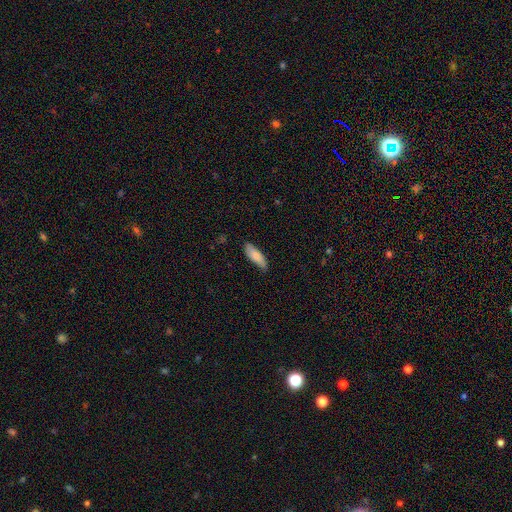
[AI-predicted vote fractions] This appears to be a smooth galaxy with no disk features (81%) that is in between round and cigar-shaped (63%). Merging: none (75%).